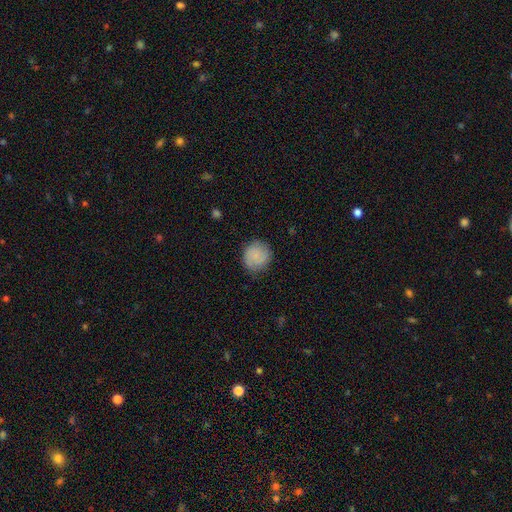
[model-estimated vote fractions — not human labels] Overall: smooth (71%). How rounded: round (88%). Merging: none (81%).